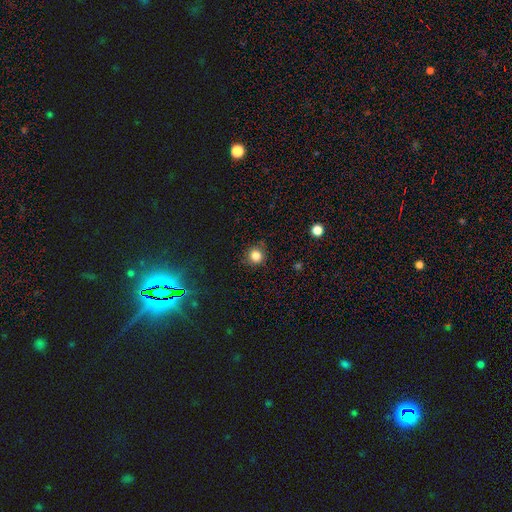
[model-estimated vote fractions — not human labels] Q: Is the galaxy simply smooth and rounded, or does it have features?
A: smooth — 83%.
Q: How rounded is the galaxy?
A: round — 92%.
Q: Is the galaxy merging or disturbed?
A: none — 84%.